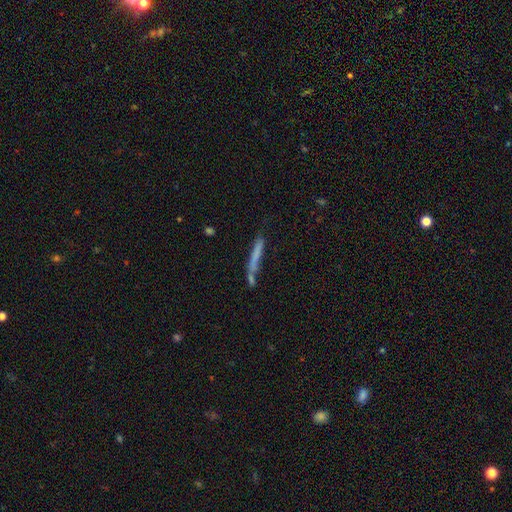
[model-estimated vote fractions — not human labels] Smooth or featured? smooth (62%)
How rounded? cigar-shaped (94%)
Merging? none (56%)